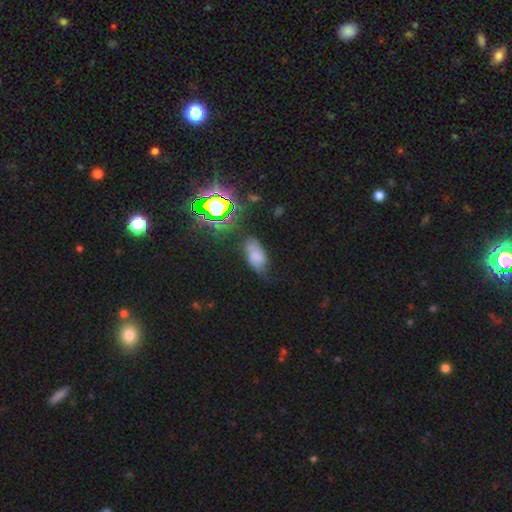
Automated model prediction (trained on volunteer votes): Smooth or featured? Predicted: smooth (p=0.54). How rounded? Predicted: in between (p=0.90). Merging? Predicted: none (p=0.48).